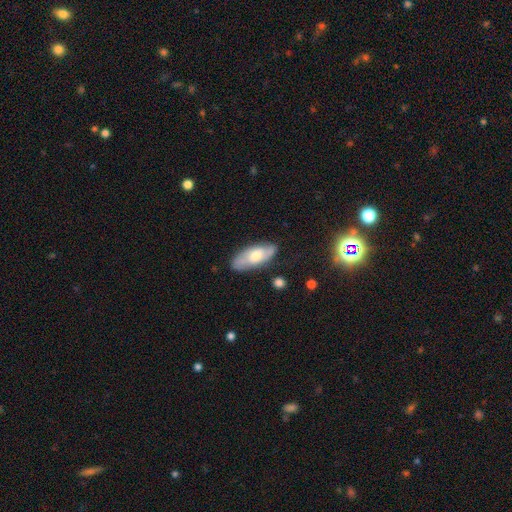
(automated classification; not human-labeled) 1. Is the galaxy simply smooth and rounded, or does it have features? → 50% smooth, 44% featured or disk, 6% star or artifact.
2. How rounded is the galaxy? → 82% in between, 15% cigar-shaped, 3% round.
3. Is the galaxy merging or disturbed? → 76% none, 18% minor disturbance, 4% major disturbance, 2% merger.